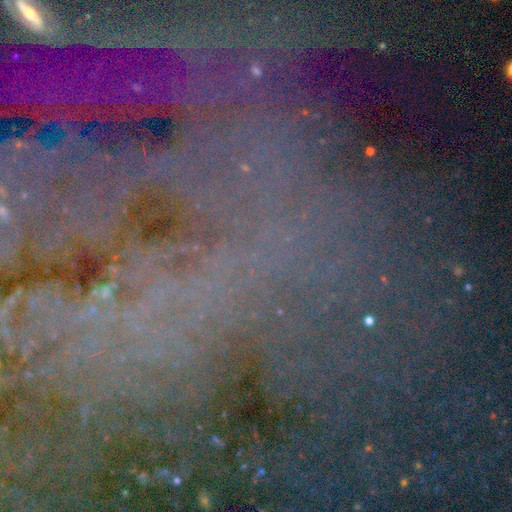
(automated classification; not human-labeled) Morphology: type=star or artifact (70%).